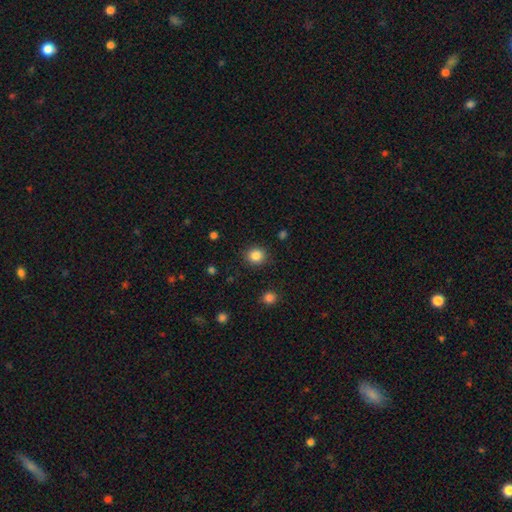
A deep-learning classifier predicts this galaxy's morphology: smooth_or_featured: smooth (p=0.85) [alt: star or artifact p=0.11]
how_rounded: round (p=0.87) [alt: in between p=0.12]
merging: none (p=0.90) [alt: minor disturbance p=0.06]